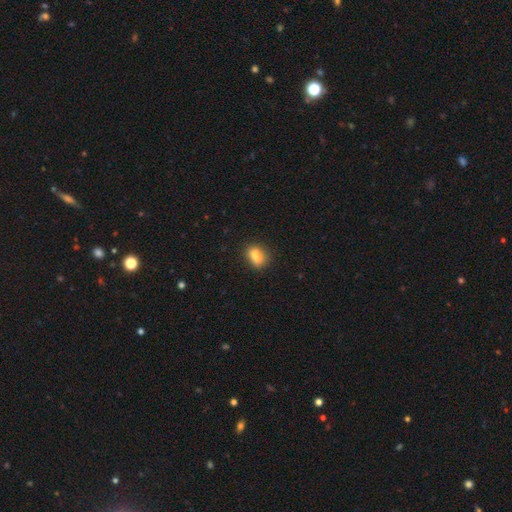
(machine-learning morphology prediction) type=smooth (82%); roundness=in between (73%); merging=none (66%).